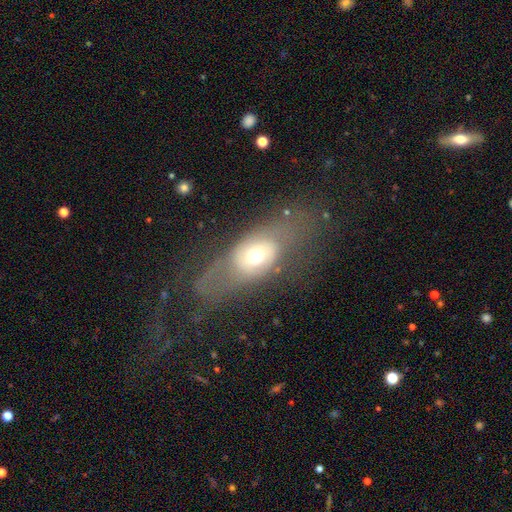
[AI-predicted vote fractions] Smooth or featured: featured or disk — 54% (smooth — 37%)
Edge-on disk: no — 85% (yes — 15%)
Merging: none — 47% (major disturbance — 29%)